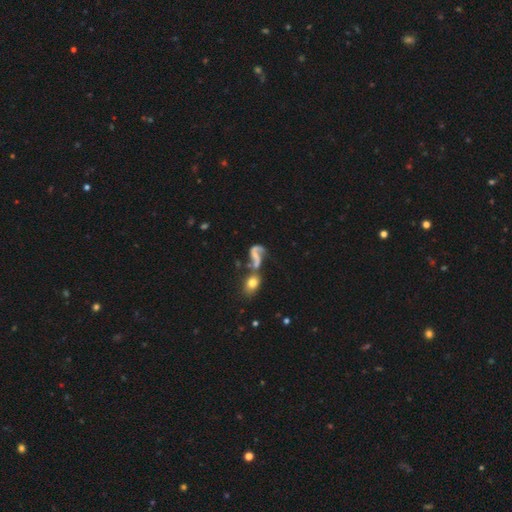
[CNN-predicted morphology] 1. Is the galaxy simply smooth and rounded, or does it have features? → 71% featured or disk, 20% smooth, 10% star or artifact.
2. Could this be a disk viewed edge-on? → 96% no, 4% yes.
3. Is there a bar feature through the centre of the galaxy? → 45% no, 35% weak, 20% strong.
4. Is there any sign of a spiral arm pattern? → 83% yes, 17% no.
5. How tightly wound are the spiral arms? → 77% loose, 18% medium, 5% tight.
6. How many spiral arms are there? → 74% 2, 19% 1, 3% can't tell, 1% 3, 1% 4, 1% more than 4.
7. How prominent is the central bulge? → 47% none, 35% small, 14% moderate, 3% large, 2% dominant.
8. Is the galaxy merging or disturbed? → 35% merger, 29% none, 21% major disturbance, 15% minor disturbance.